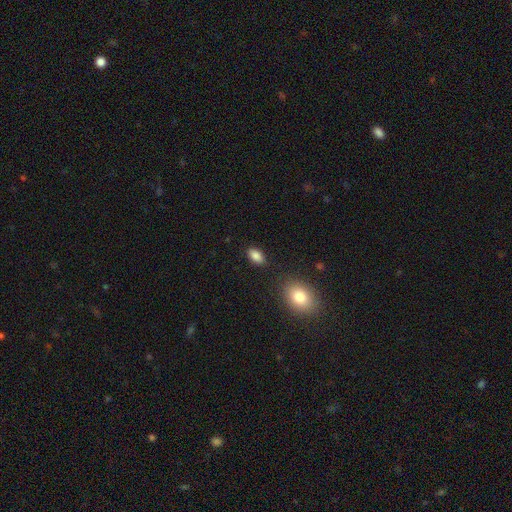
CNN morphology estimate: Q: Smooth or featured?
A: smooth (87%); runner-up: star or artifact (9%)
Q: How rounded?
A: in between (91%); runner-up: round (6%)
Q: Merging?
A: none (86%); runner-up: minor disturbance (9%)